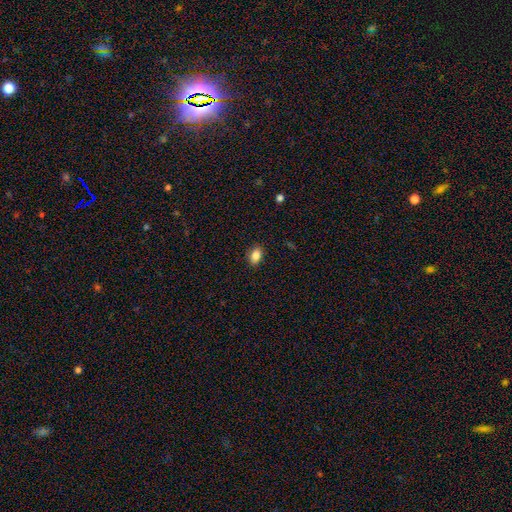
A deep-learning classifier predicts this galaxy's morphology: A smooth galaxy with no disk features (86%) that is in between round and cigar-shaped (85%). Merging: none (89%).